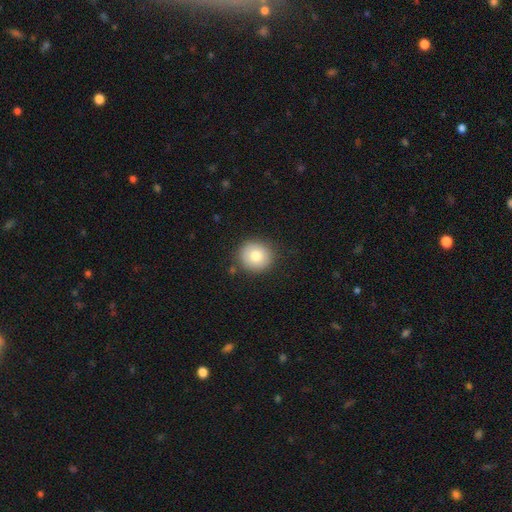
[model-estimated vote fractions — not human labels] Smooth or featured: smooth — 78% (featured or disk — 13%)
How rounded: round — 90% (in between — 9%)
Merging: none — 86% (minor disturbance — 10%)